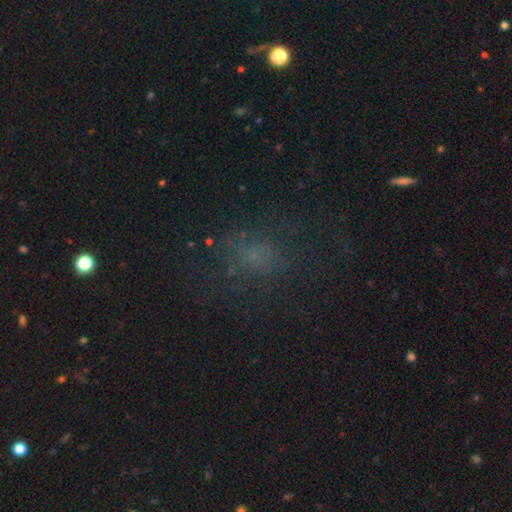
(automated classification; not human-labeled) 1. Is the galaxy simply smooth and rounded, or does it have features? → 51% smooth, 30% star or artifact, 19% featured or disk.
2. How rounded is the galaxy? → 58% round, 40% in between, 2% cigar-shaped.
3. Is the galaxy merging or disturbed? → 65% none, 17% minor disturbance, 17% major disturbance, 2% merger.